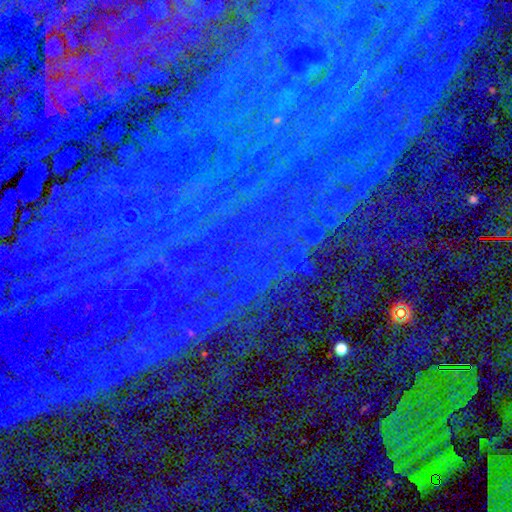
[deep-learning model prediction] This appears to be a star or artifact, not a galaxy (86%).